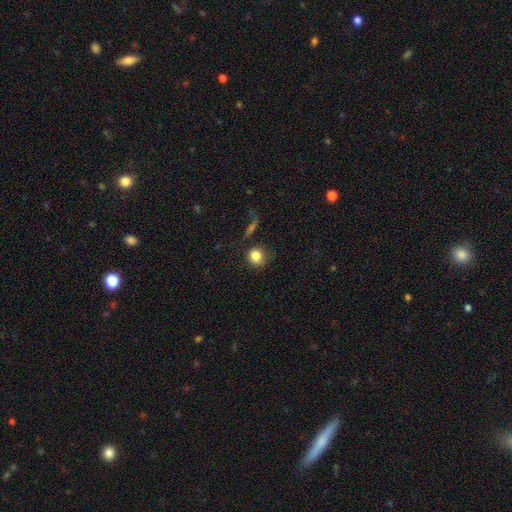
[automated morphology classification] smooth-or-featured: smooth: 84% | star or artifact: 10% | featured or disk: 6%
  how-rounded: round: 87% | in between: 12% | cigar-shaped: 1%
  merging: none: 70% | minor disturbance: 15% | major disturbance: 9% | merger: 6%